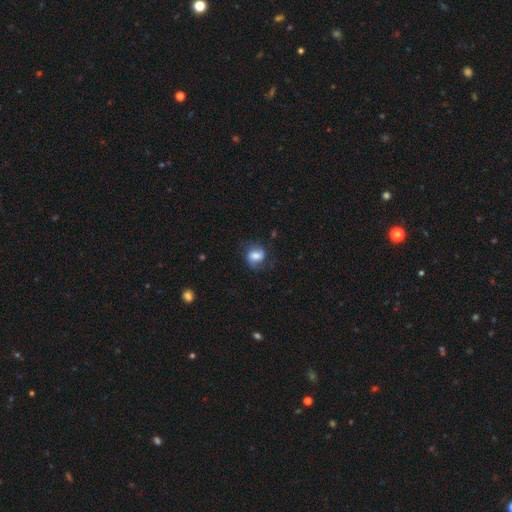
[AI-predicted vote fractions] A smooth galaxy with no disk features (53%) that is in between round and cigar-shaped (52%).

Vote fractions:
- Smooth or featured? smooth: 53% / featured or disk: 38% / star or artifact: 9%
- How rounded? in between: 52% / round: 46% / cigar-shaped: 2%
- Merging? none: 65% / minor disturbance: 22% / major disturbance: 12% / merger: 2%